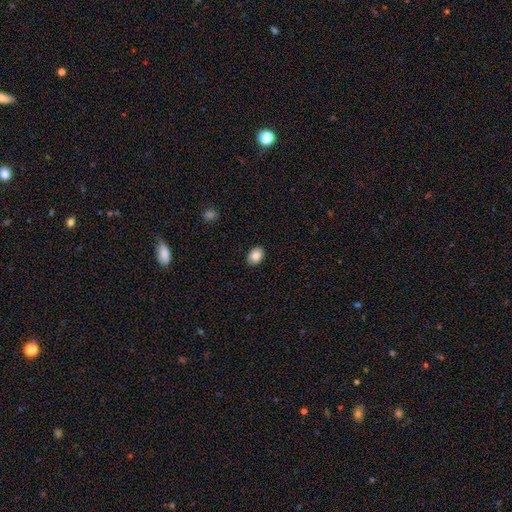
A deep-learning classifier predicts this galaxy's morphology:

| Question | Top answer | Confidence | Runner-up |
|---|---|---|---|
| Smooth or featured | smooth | 87% | star or artifact (8%) |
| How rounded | in between | 76% | round (23%) |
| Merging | none | 88% | minor disturbance (9%) |